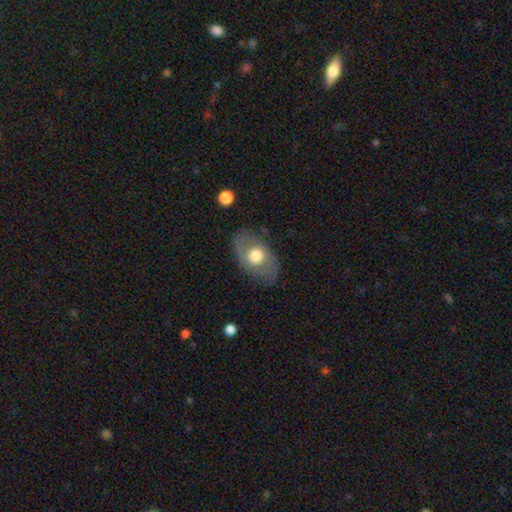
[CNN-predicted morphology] smooth_or_featured: smooth (p=0.50) [alt: featured or disk p=0.43]
how_rounded: in between (p=0.80) [alt: round p=0.18]
merging: none (p=0.76) [alt: minor disturbance p=0.16]